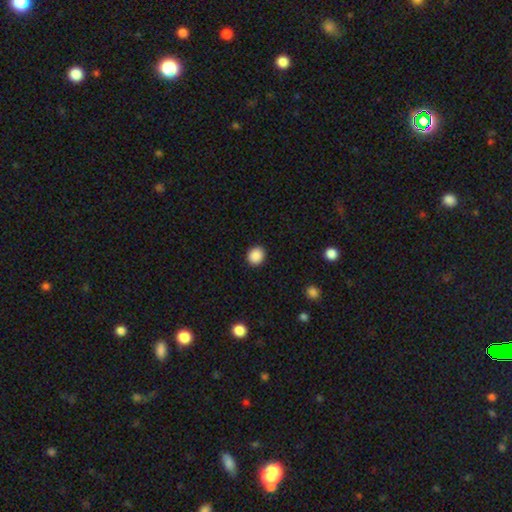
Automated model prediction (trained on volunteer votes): Smooth or featured: smooth — 89% (star or artifact — 9%)
How rounded: round — 80% (in between — 19%)
Merging: none — 92% (minor disturbance — 5%)